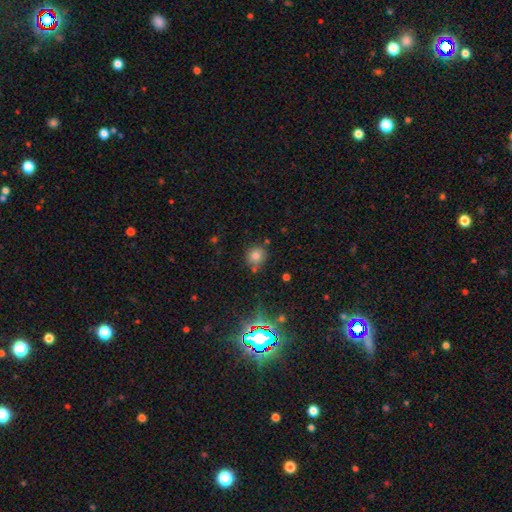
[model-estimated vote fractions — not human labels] Q: Smooth or featured?
A: smooth (76%); runner-up: star or artifact (16%)
Q: How rounded?
A: round (85%); runner-up: in between (14%)
Q: Merging?
A: none (73%); runner-up: minor disturbance (14%)